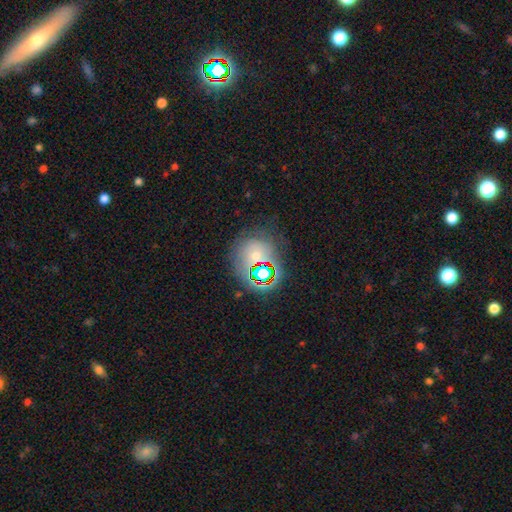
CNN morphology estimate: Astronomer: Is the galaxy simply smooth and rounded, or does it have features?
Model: star or artifact — 42% (runner-up: smooth, 34%).